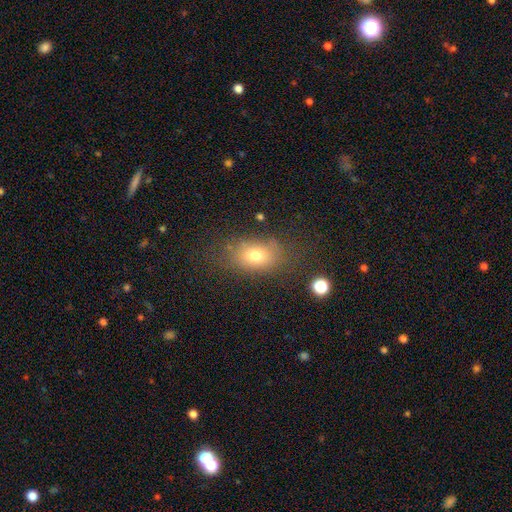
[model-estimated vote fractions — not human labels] smooth-or-featured: smooth: 74% | featured or disk: 14% | star or artifact: 12%
  how-rounded: in between: 78% | round: 20% | cigar-shaped: 2%
  merging: none: 70% | minor disturbance: 18% | major disturbance: 9% | merger: 3%